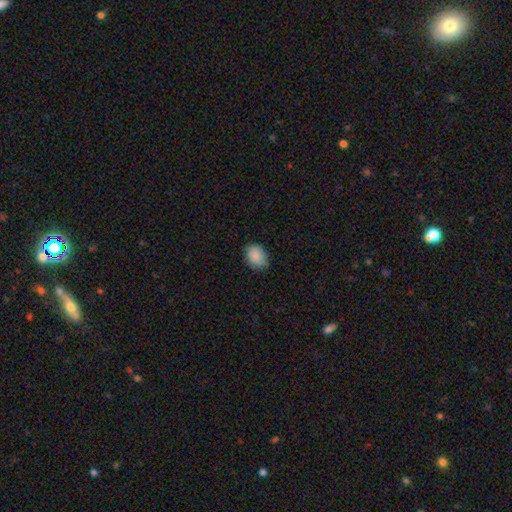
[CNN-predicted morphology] type=smooth (88%); roundness=in between (64%); merging=none (77%).